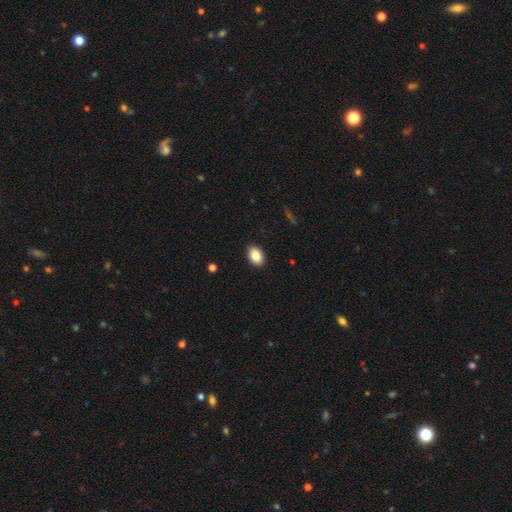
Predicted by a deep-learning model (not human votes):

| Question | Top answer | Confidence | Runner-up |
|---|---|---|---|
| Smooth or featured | smooth | 86% | star or artifact (8%) |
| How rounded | in between | 85% | round (14%) |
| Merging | none | 90% | minor disturbance (7%) |